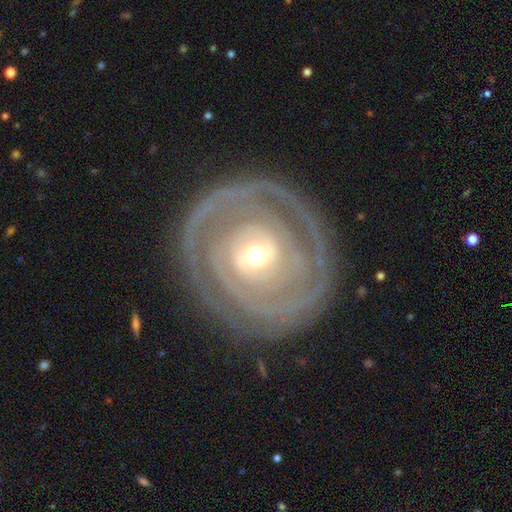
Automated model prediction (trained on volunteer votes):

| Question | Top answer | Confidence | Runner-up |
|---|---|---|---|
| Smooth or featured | featured or disk | 86% | smooth (9%) |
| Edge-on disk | no | 96% | yes (4%) |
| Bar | no | 50% | weak (33%) |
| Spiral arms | yes | 89% | no (11%) |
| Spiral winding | tight | 82% | medium (14%) |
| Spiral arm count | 2 | 35% | can't tell (27%) |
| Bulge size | moderate | 54% | small (40%) |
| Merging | none | 80% | minor disturbance (13%) |